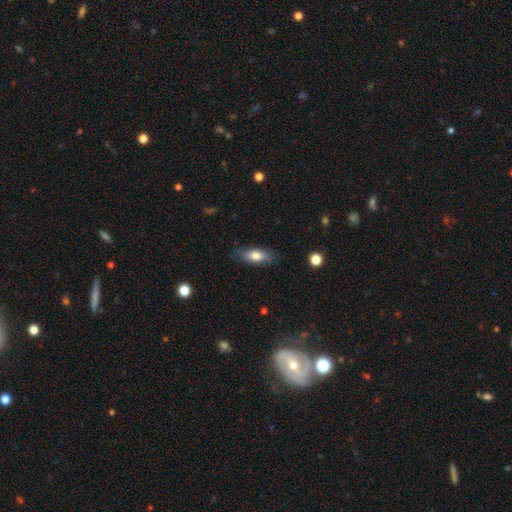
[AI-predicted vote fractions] This is likely a smooth galaxy (78%). How rounded: likely in between (75%). Merging: clearly none (81%).